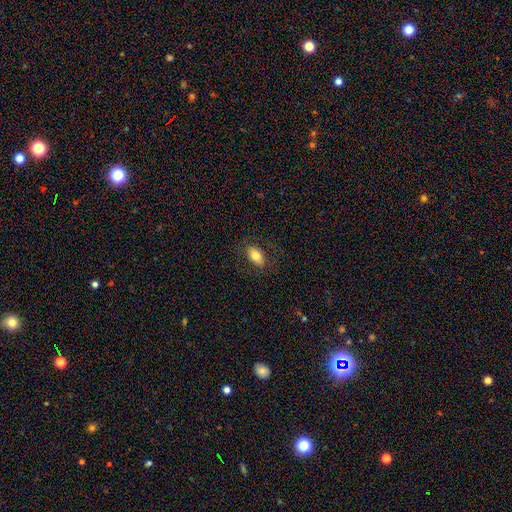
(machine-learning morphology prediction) smooth 76%, featured or disk 16%, star or artifact 8%. Down the decision tree: how rounded — in between (90%); merging — none (83%).